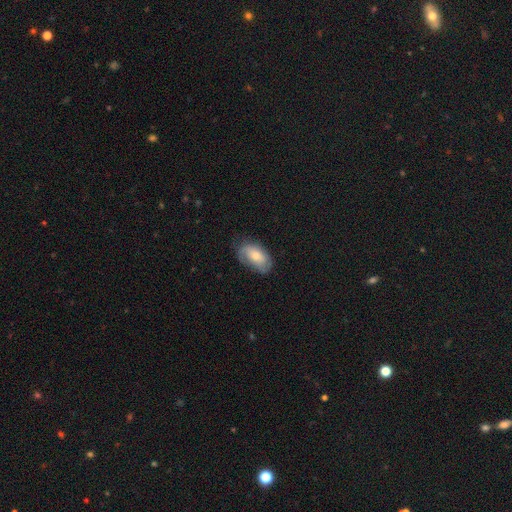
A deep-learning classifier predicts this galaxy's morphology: A smooth galaxy with no disk features (67%) that is in between round and cigar-shaped (93%). Merging: none (62%).